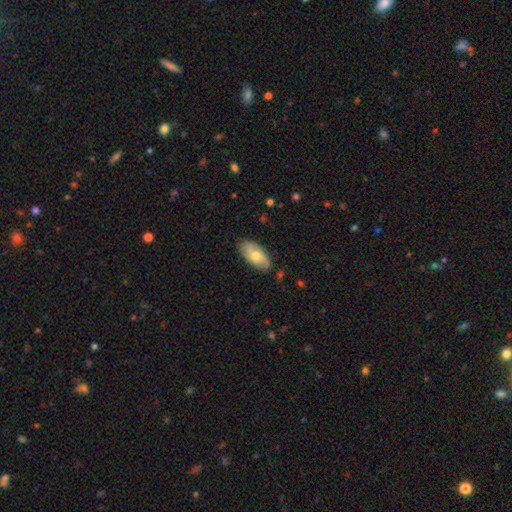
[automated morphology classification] smooth_or_featured: smooth (p=0.61) [alt: featured or disk p=0.33]
how_rounded: in between (p=0.92) [alt: cigar-shaped p=0.05]
merging: none (p=0.79) [alt: minor disturbance p=0.16]